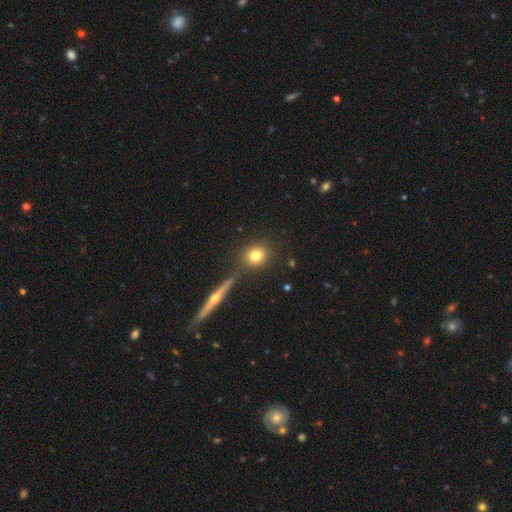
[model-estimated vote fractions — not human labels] This appears to be a smooth galaxy with no disk features (77%) that is round (82%). Merging: none (81%).